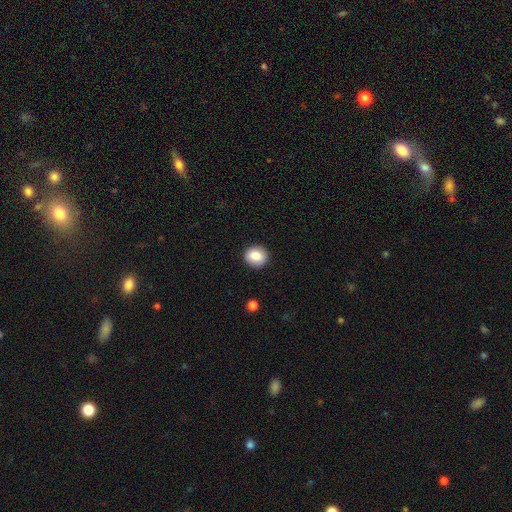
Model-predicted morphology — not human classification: A smooth galaxy with no disk features (85%) that is round (83%). Merging: none (90%).